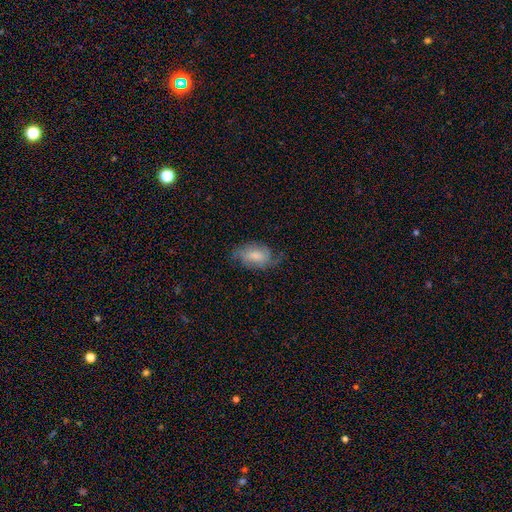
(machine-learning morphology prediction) Smooth or featured?
  - smooth: 57% *
  - featured or disk: 35%
  - star or artifact: 7%
How rounded?
  - in between: 90% *
  - round: 7%
  - cigar-shaped: 3%
Merging?
  - none: 57% *
  - minor disturbance: 29%
  - major disturbance: 13%
  - merger: 1%